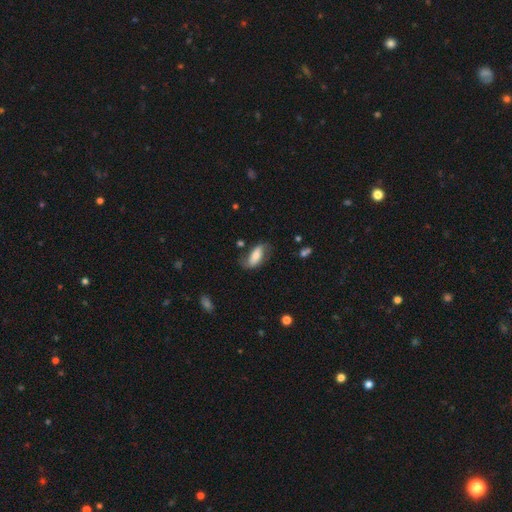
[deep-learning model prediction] Smooth or featured: featured or disk — 50% (smooth — 43%)
Merging: none — 60% (minor disturbance — 25%)